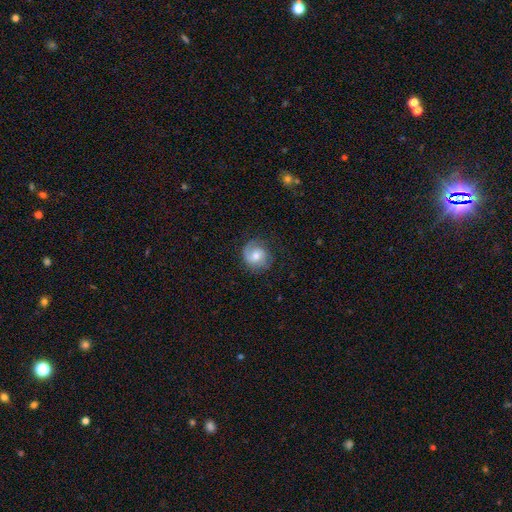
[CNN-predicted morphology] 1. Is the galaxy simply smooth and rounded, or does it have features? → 60% featured or disk, 32% smooth, 7% star or artifact.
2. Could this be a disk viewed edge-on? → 98% no, 2% yes.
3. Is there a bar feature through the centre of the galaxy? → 53% no, 40% weak, 7% strong.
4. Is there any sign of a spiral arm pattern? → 91% yes, 9% no.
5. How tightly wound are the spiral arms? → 43% medium, 36% tight, 21% loose.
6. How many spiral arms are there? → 60% 2, 26% 1, 10% can't tell, 2% 3, 1% 4, 1% more than 4.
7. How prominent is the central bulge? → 57% moderate, 25% small, 12% large, 4% none, 2% dominant.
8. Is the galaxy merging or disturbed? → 72% none, 18% minor disturbance, 9% major disturbance, 1% merger.